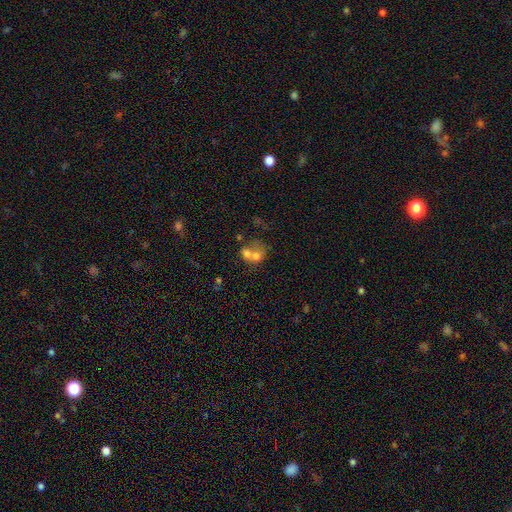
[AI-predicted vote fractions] This appears to be a smooth galaxy with no disk features (61%) that is round (56%). Merging: merger (69%).